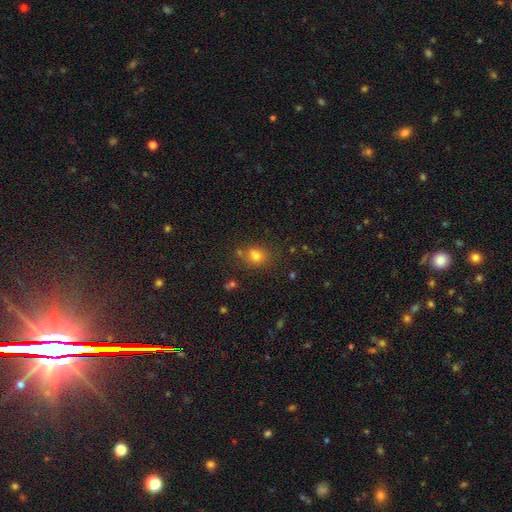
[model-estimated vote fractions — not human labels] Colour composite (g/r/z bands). It shows a smooth galaxy with no disk features (77%) that is round (50%). Merging: none (62%).